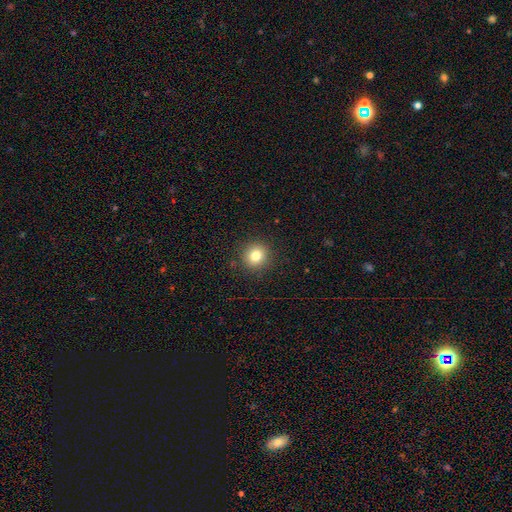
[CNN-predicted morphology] Overall: smooth (80%). How rounded: round (91%). Merging: none (91%).